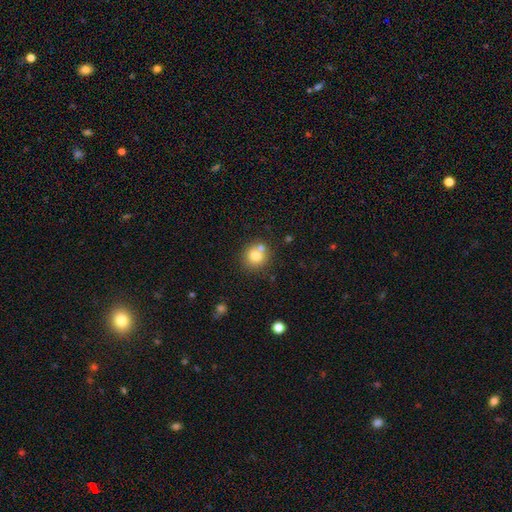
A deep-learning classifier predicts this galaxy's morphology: Overall: smooth (76%). How rounded: round (86%). Merging: none (62%; merger 24%).